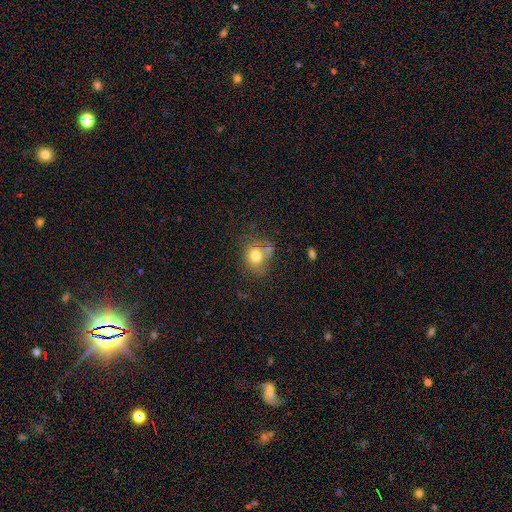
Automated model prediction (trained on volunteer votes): smooth 75%, featured or disk 14%, star or artifact 11%. Down the decision tree: how rounded — round (66%); merging — none (56%).